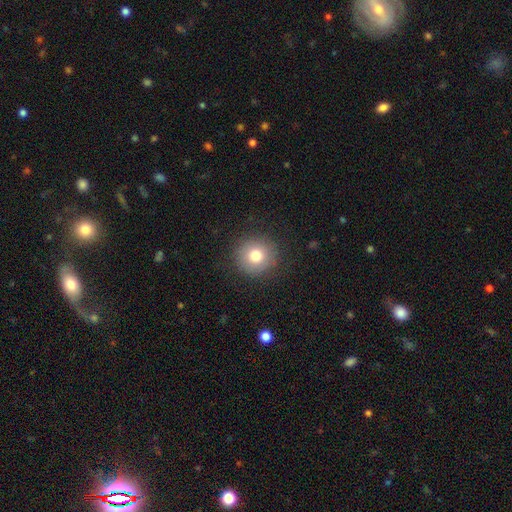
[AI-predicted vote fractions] The model was most divided on "smooth or featured": smooth: 77%, featured or disk: 12%, star or artifact: 11%. More confident: how rounded — round (93%); merging — none (88%).